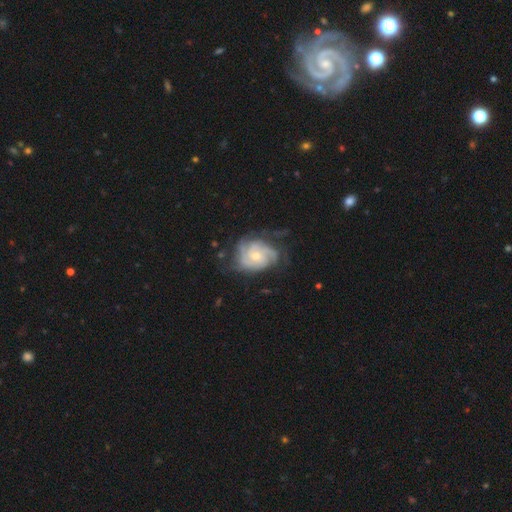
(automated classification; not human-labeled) The model was most divided on "spiral arm count": 3: 28%, can't tell: 27%, 4: 20%, 2: 13%, more than 4: 6%, 1: 6%. More confident: edge-on disk — no (98%); spiral arms — yes (96%); smooth or featured — featured or disk (84%); bar — no (74%); merging — none (63%); spiral winding — tight (61%); bulge size — small (54%).